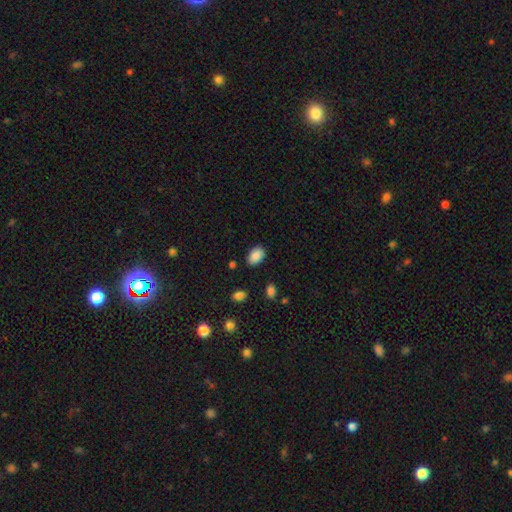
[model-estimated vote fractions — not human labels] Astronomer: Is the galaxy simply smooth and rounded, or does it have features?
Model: smooth — 89%.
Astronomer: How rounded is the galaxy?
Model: in between — 86%.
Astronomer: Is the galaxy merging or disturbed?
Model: none — 86%.